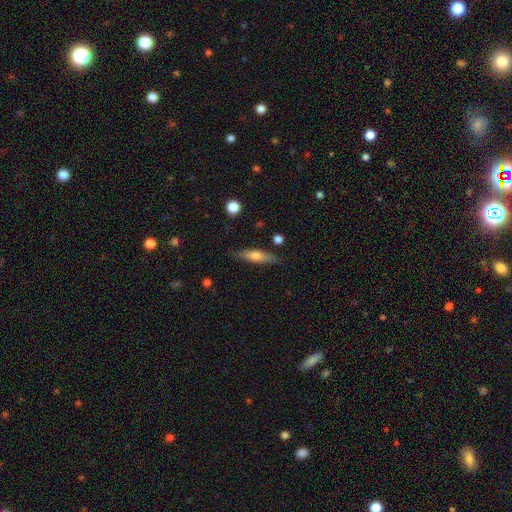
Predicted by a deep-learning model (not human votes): A smooth galaxy with no disk features (59%) that is cigar-shaped (71%).

Vote fractions:
- Smooth or featured? smooth: 59% / featured or disk: 35% / star or artifact: 6%
- How rounded? cigar-shaped: 71% / in between: 26% / round: 2%
- Merging? none: 82% / minor disturbance: 13% / major disturbance: 3% / merger: 2%